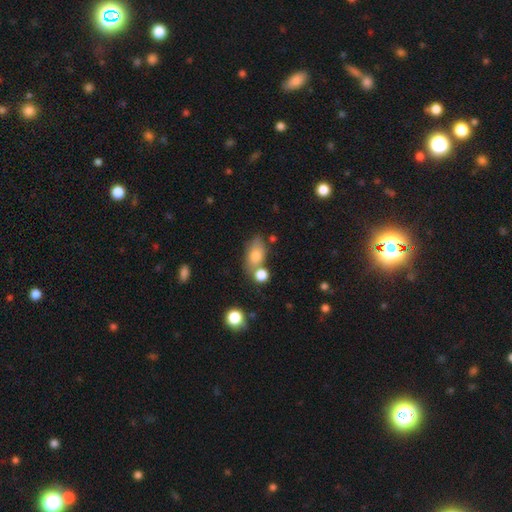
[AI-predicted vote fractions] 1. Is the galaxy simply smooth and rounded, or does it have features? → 76% smooth, 15% featured or disk, 9% star or artifact.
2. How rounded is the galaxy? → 83% in between, 12% round, 4% cigar-shaped.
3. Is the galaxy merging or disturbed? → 52% none, 23% merger, 18% minor disturbance, 7% major disturbance.